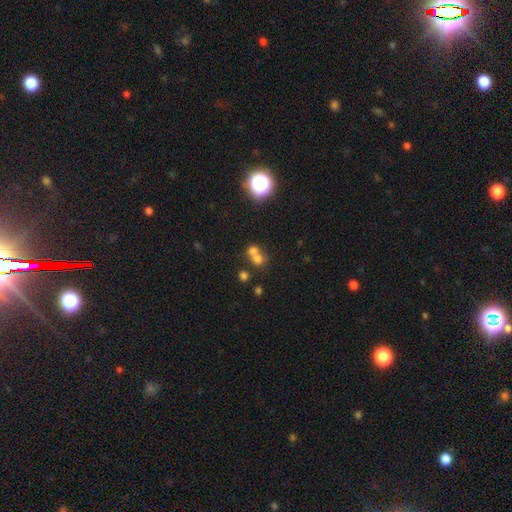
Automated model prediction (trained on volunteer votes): Smooth or featured: smooth — 65% (star or artifact — 19%)
How rounded: round — 76% (in between — 23%)
Merging: merger — 59% (none — 32%)